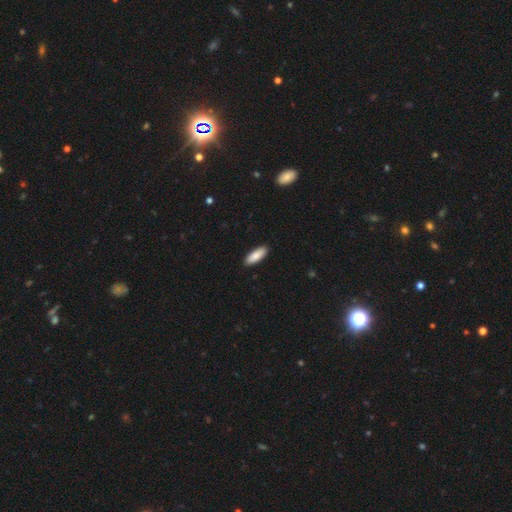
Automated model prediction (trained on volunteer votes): This is clearly a smooth galaxy (85%). How rounded: likely in between (66%). Merging: clearly none (91%).